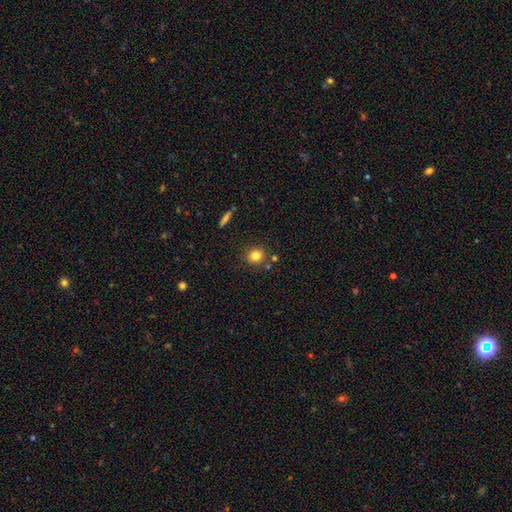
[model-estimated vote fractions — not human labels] smooth 81%, star or artifact 12%, featured or disk 8%. Down the decision tree: how rounded — round (87%); merging — none (82%).